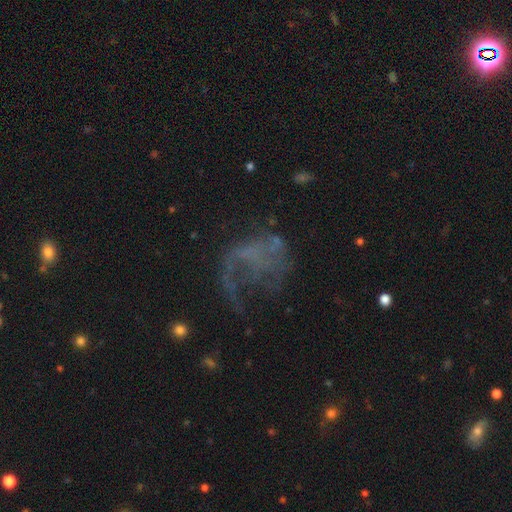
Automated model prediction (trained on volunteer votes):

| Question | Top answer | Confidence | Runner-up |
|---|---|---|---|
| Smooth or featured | featured or disk | 59% | star or artifact (21%) |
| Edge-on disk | no | 98% | yes (2%) |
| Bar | no | 84% | weak (13%) |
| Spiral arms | no | 55% | yes (45%) |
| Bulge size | none | 81% | small (11%) |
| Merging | major disturbance | 51% | none (31%) |